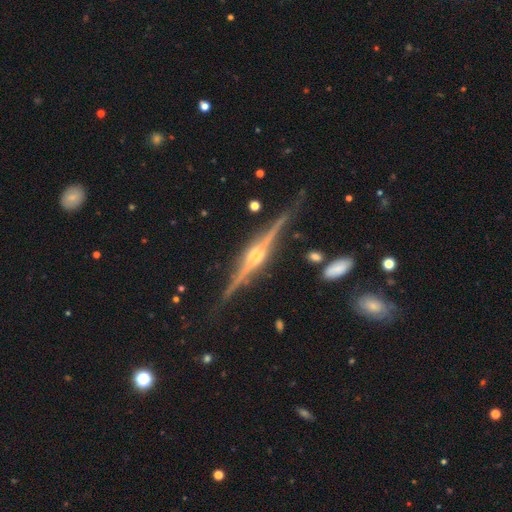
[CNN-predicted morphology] smooth_or_featured: featured or disk (p=0.90) [alt: star or artifact p=0.06]
disk_edge_on: yes (p=0.98) [alt: no p=0.02]
edge_on_bulge: rounded (p=0.90) [alt: boxy p=0.07]
merging: none (p=0.86) [alt: minor disturbance p=0.10]